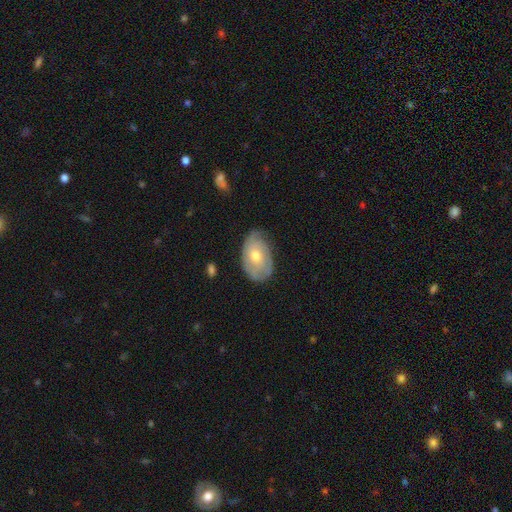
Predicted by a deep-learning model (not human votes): Q: Smooth or featured?
A: featured or disk (58%); runner-up: smooth (36%)
Q: Edge-on disk?
A: no (93%); runner-up: yes (7%)
Q: Bar?
A: no (81%); runner-up: weak (16%)
Q: Spiral arms?
A: yes (71%); runner-up: no (29%)
Q: Bulge size?
A: moderate (68%); runner-up: small (26%)
Q: Merging?
A: none (66%); runner-up: minor disturbance (27%)